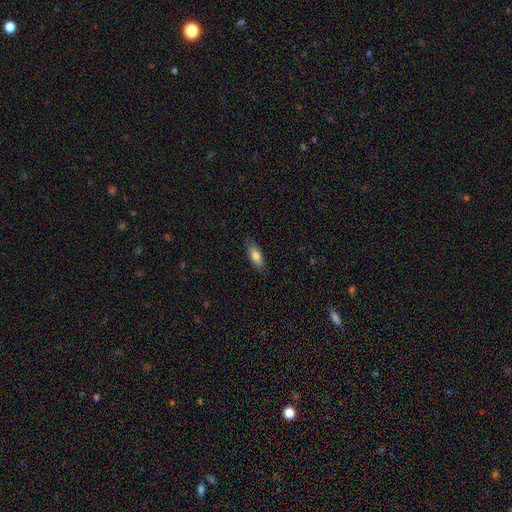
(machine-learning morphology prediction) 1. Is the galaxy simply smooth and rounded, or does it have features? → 78% smooth, 15% featured or disk, 7% star or artifact.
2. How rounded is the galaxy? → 72% in between, 25% cigar-shaped, 3% round.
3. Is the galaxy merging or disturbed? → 84% none, 12% minor disturbance, 3% major disturbance, 1% merger.